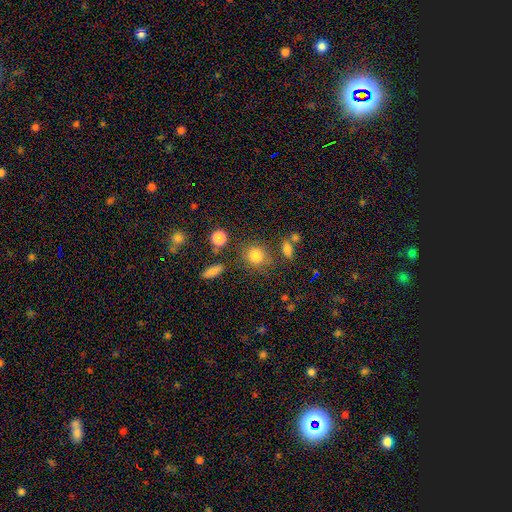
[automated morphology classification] smooth-or-featured: smooth: 79% | star or artifact: 13% | featured or disk: 8%
  how-rounded: round: 77% | in between: 21% | cigar-shaped: 2%
  merging: none: 73% | minor disturbance: 13% | merger: 8% | major disturbance: 6%